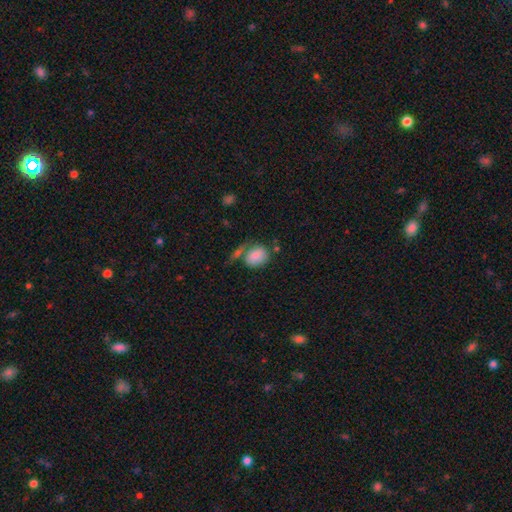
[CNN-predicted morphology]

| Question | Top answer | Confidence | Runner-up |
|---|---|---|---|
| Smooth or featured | smooth | 83% | featured or disk (9%) |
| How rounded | in between | 57% | round (41%) |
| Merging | none | 48% | merger (23%) |